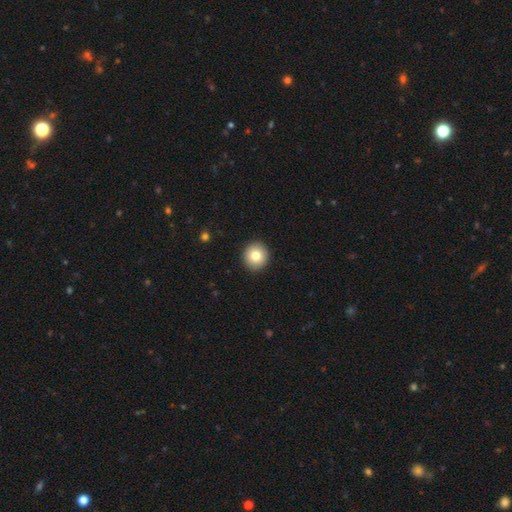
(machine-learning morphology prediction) Q: Smooth or featured?
A: smooth (80%); runner-up: featured or disk (11%)
Q: How rounded?
A: round (94%); runner-up: in between (5%)
Q: Merging?
A: none (93%); runner-up: minor disturbance (5%)